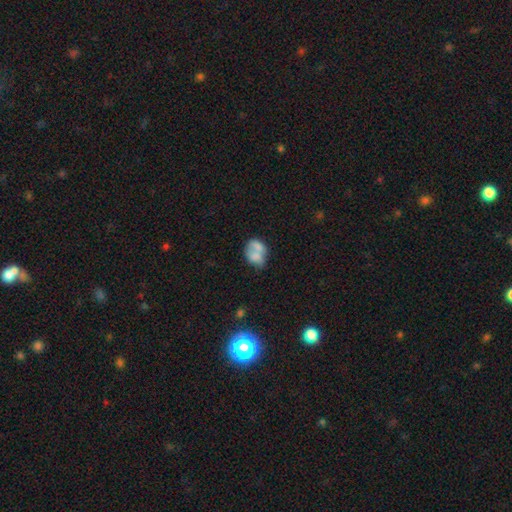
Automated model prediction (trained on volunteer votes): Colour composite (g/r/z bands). It shows a smooth galaxy with no disk features (65%) that is in between round and cigar-shaped (64%). Merging: merger (50%).